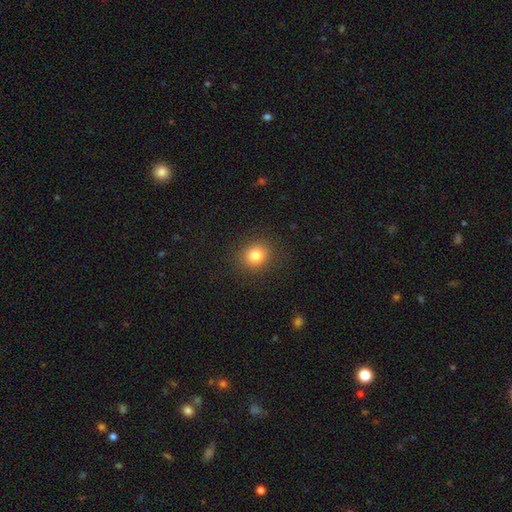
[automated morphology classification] A smooth galaxy with no disk features (81%) that is round (78%).

Vote fractions:
- Smooth or featured? smooth: 81% / star or artifact: 12% / featured or disk: 7%
- How rounded? round: 78% / in between: 21% / cigar-shaped: 1%
- Merging? none: 89% / minor disturbance: 7% / major disturbance: 3% / merger: 1%